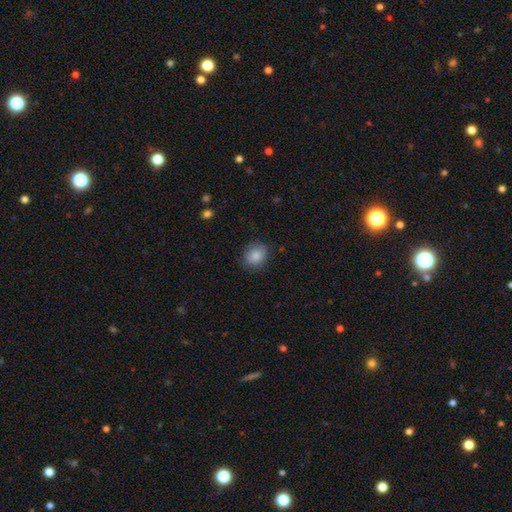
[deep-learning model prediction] Q: Smooth or featured?
A: smooth (86%); runner-up: star or artifact (8%)
Q: How rounded?
A: round (58%); runner-up: in between (41%)
Q: Merging?
A: none (83%); runner-up: minor disturbance (12%)